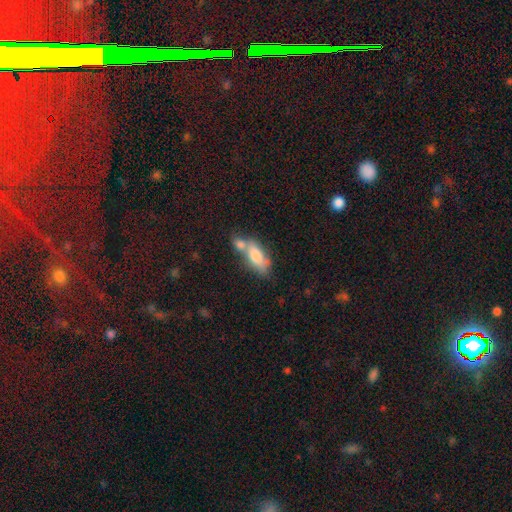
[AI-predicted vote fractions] smooth_or_featured: smooth (p=0.72) [alt: featured or disk p=0.21]
how_rounded: in between (p=0.79) [alt: cigar-shaped p=0.17]
merging: merger (p=0.50) [alt: none p=0.31]